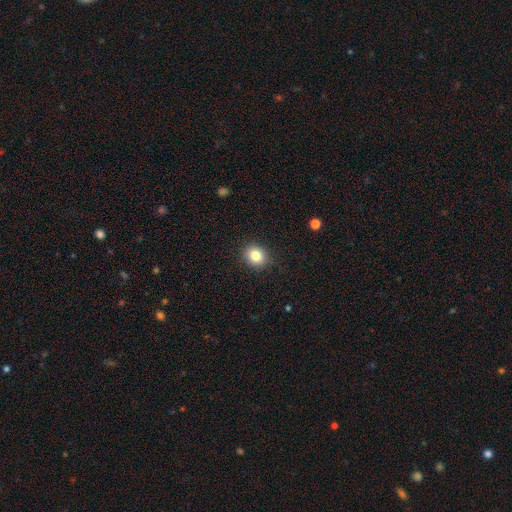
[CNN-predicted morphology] Overall: smooth (83%). How rounded: round (73%). Merging: none (89%).